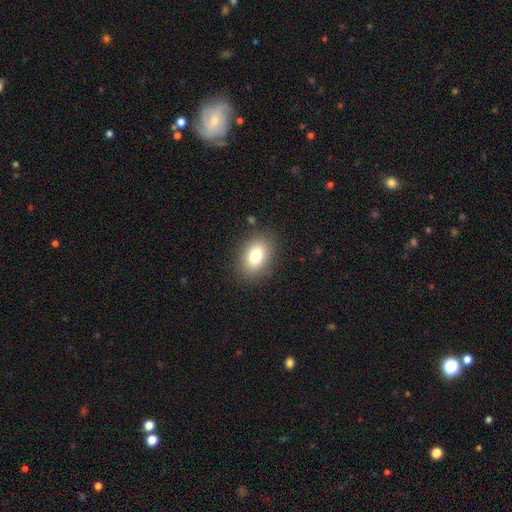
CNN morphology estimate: smooth_or_featured: smooth (p=0.80) [alt: featured or disk p=0.11]
how_rounded: in between (p=0.79) [alt: round p=0.20]
merging: none (p=0.86) [alt: minor disturbance p=0.09]